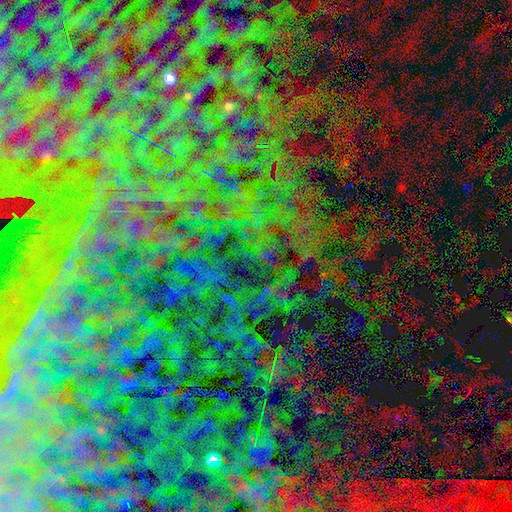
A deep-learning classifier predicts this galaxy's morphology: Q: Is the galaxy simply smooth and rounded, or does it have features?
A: star or artifact — 83%.